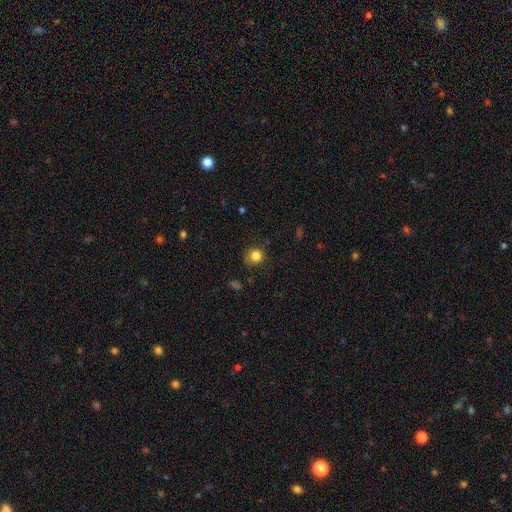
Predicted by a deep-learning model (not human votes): smooth_or_featured: smooth (p=0.83) [alt: star or artifact p=0.11]
how_rounded: round (p=0.85) [alt: in between p=0.14]
merging: none (p=0.74) [alt: minor disturbance p=0.19]